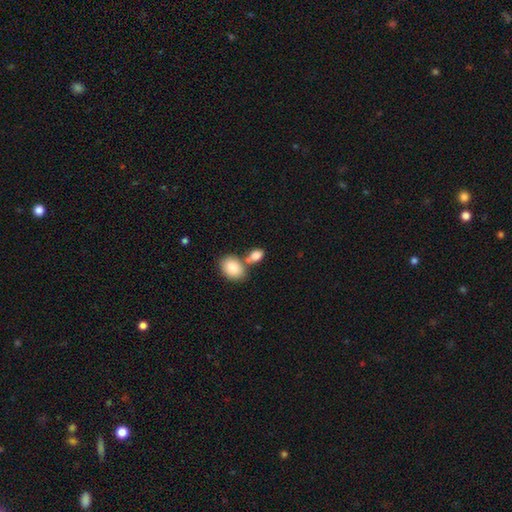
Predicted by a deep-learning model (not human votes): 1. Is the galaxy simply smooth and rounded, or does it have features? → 84% smooth, 9% featured or disk, 8% star or artifact.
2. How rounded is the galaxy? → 82% in between, 16% round, 2% cigar-shaped.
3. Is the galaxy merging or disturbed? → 46% none, 40% merger, 11% minor disturbance, 4% major disturbance.